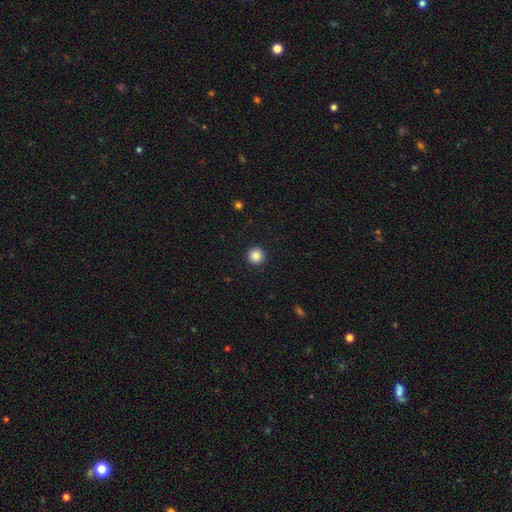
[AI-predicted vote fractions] Smooth or featured: smooth — 86% (star or artifact — 10%)
How rounded: round — 96% (in between — 3%)
Merging: none — 93% (minor disturbance — 4%)